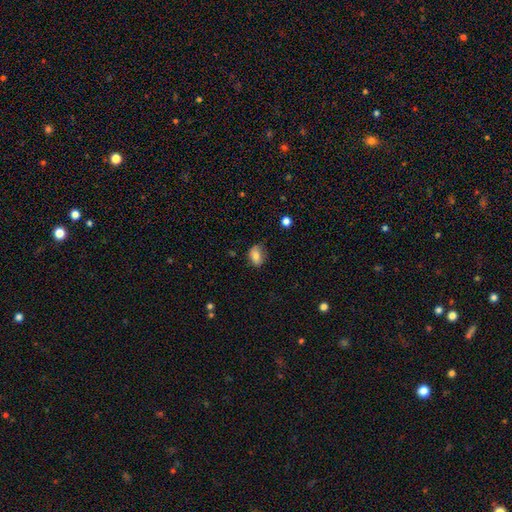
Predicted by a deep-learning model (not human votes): smooth_or_featured: smooth (p=0.79) [alt: featured or disk p=0.12]
how_rounded: in between (p=0.70) [alt: round p=0.29]
merging: none (p=0.68) [alt: minor disturbance p=0.25]